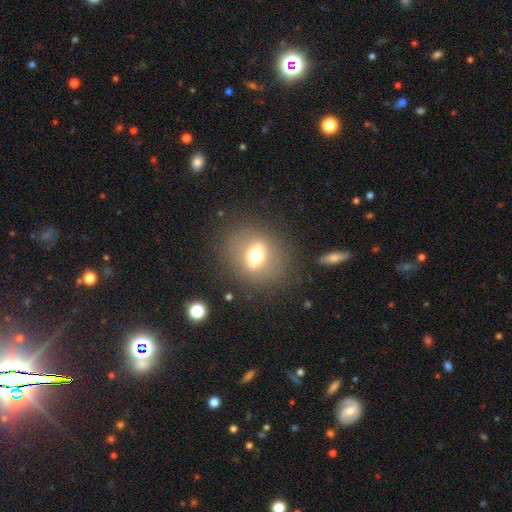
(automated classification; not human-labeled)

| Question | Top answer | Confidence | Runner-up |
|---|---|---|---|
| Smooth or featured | smooth | 48% | featured or disk (39%) |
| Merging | none | 82% | minor disturbance (10%) |